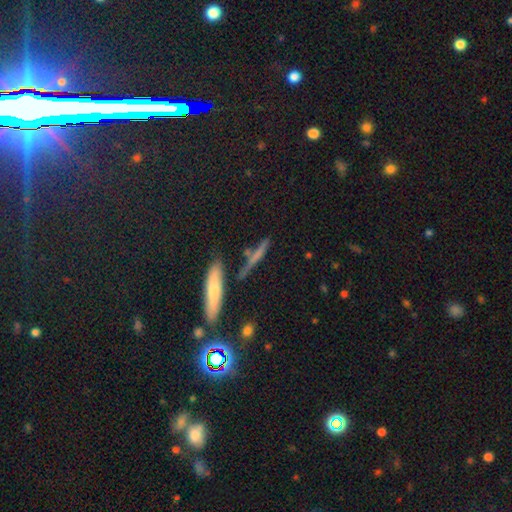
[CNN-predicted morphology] A smooth galaxy with no disk features (54%) that is cigar-shaped (86%). Merging: none (69%).